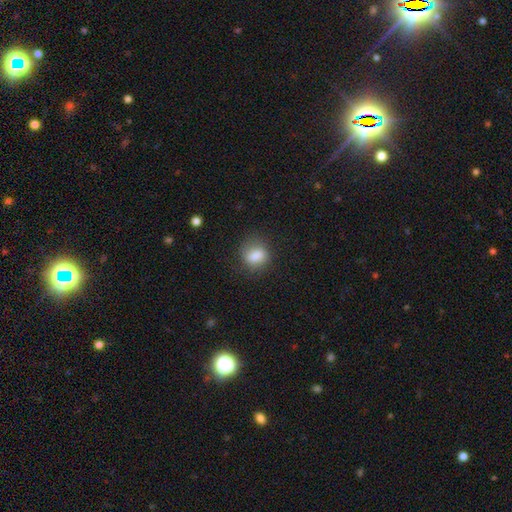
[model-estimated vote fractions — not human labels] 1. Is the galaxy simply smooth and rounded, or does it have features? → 82% smooth, 10% star or artifact, 8% featured or disk.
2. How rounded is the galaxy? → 51% round, 46% in between, 2% cigar-shaped.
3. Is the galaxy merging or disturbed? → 72% none, 19% minor disturbance, 7% major disturbance, 2% merger.